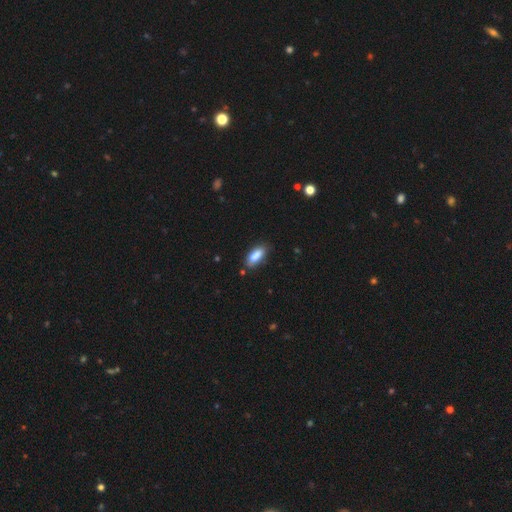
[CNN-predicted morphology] Smooth or featured? Predicted: smooth (p=0.86). How rounded? Predicted: in between (p=0.81). Merging? Predicted: none (p=0.78).